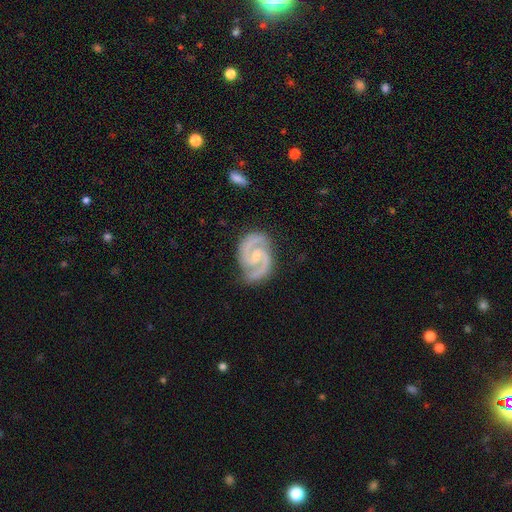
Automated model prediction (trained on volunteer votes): smooth_or_featured: featured or disk (p=0.93) [alt: star or artifact p=0.04]
disk_edge_on: no (p=0.98) [alt: yes p=0.02]
bar: weak (p=0.46) [alt: no p=0.38]
has_spiral_arms: yes (p=0.99) [alt: no p=0.01]
spiral_winding: medium (p=0.55) [alt: tight p=0.38]
spiral_arm_count: 2 (p=0.94) [alt: 3 p=0.02]
bulge_size: small (p=0.61) [alt: moderate p=0.29]
merging: none (p=0.81) [alt: minor disturbance p=0.14]